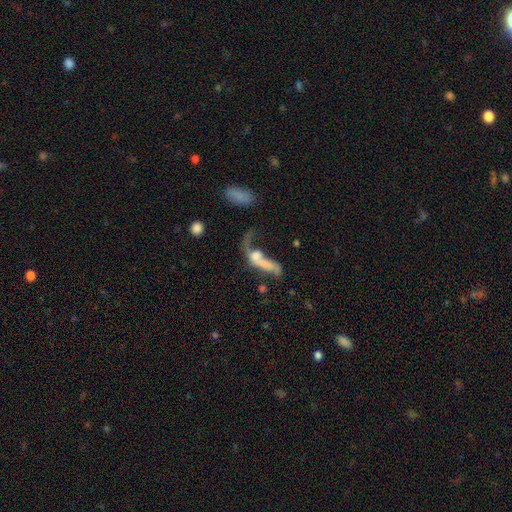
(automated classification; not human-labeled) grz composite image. It shows a featured or disk galaxy (50%). Merging: merger (37%).